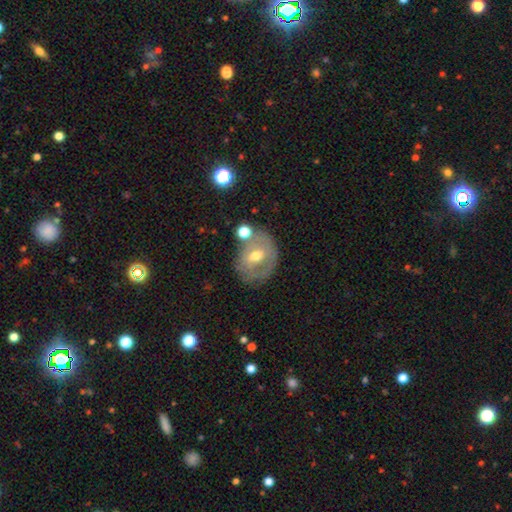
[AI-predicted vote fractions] smooth_or_featured: featured or disk (p=0.49) [alt: smooth p=0.42]
merging: none (p=0.56) [alt: minor disturbance p=0.21]